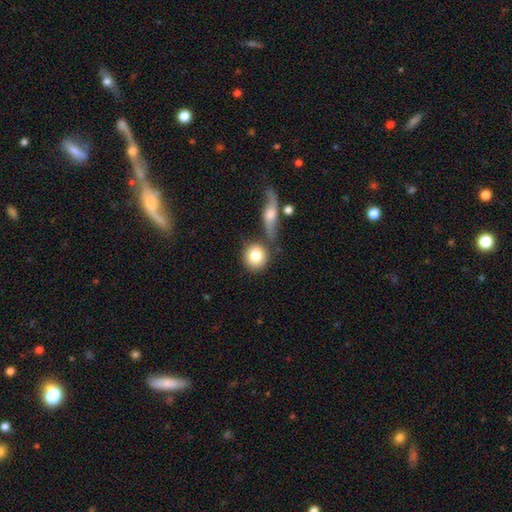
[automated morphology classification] smooth_or_featured: smooth (p=0.79) [alt: featured or disk p=0.14]
how_rounded: round (p=0.86) [alt: in between p=0.12]
merging: none (p=0.67) [alt: merger p=0.18]